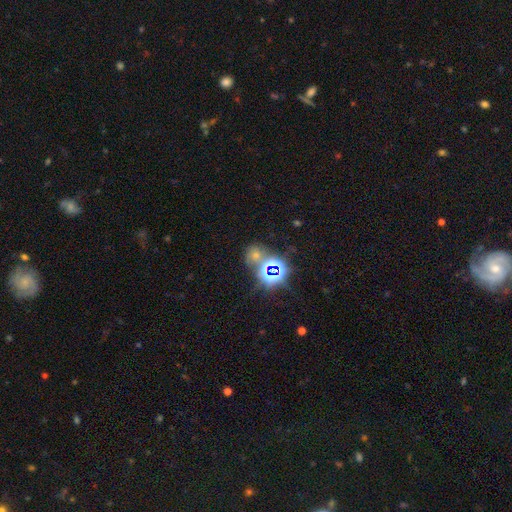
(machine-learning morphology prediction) A star or artifact, not a galaxy (68%).

Vote fractions:
- Smooth or featured? star or artifact: 68% / smooth: 22% / featured or disk: 10%